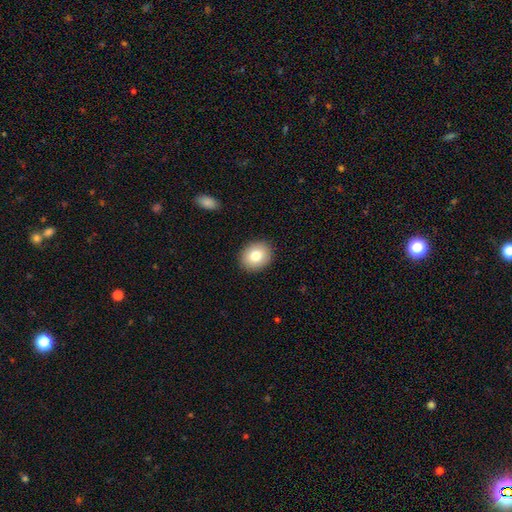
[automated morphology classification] Overall: smooth (79%). How rounded: round (58%; in between 41%). Merging: none (90%).